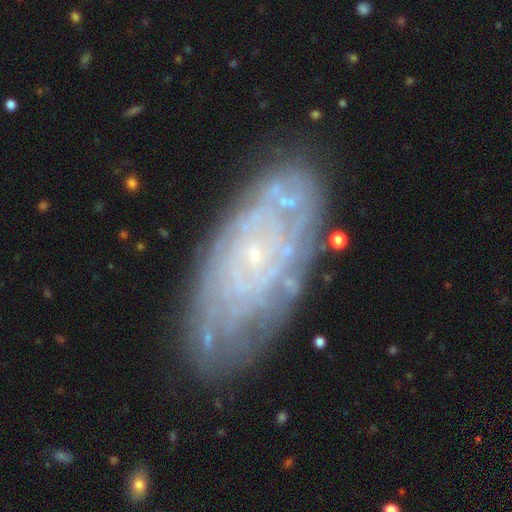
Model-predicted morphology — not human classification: The model was most divided on "spiral arm count": can't tell: 59%, more than 4: 10%, 2: 9%, 4: 9%, 3: 7%, 1: 5%. More confident: edge-on disk — no (91%); bulge size — small (86%); bar — no (83%); spiral arms — yes (81%); spiral winding — tight (79%); smooth or featured — featured or disk (77%); merging — none (75%).